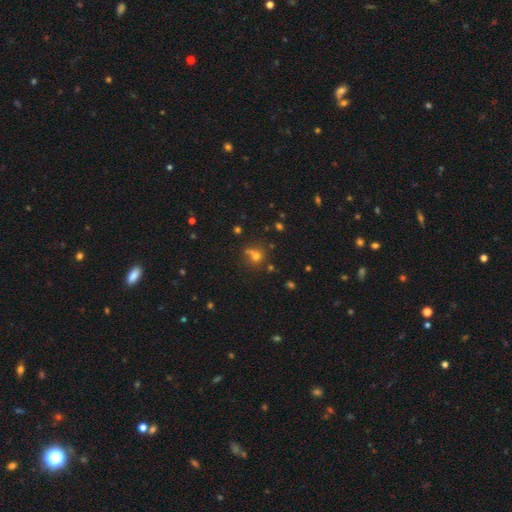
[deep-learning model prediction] A smooth galaxy with no disk features (64%) that is round (82%).

Vote fractions:
- Smooth or featured? smooth: 64% / star or artifact: 24% / featured or disk: 12%
- How rounded? round: 82% / in between: 17% / cigar-shaped: 2%
- Merging? none: 54% / merger: 19% / minor disturbance: 16% / major disturbance: 11%